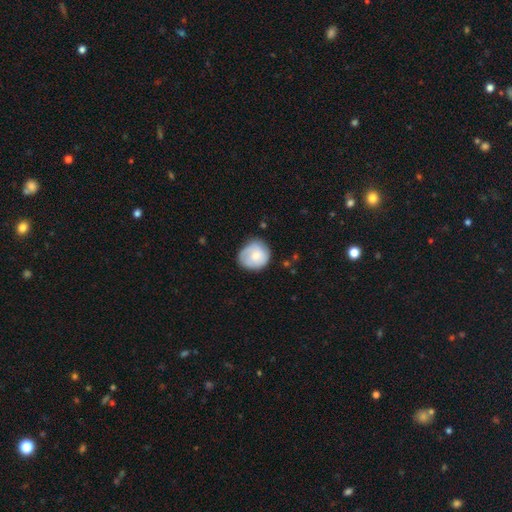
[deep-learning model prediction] Smooth or featured? Predicted: smooth (p=0.64). How rounded? Predicted: round (p=0.81). Merging? Predicted: none (p=0.70).